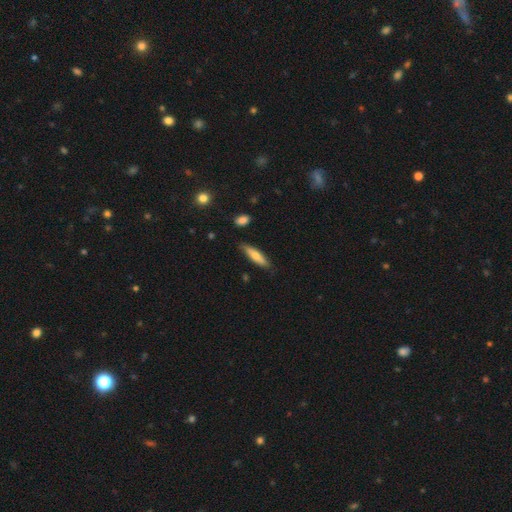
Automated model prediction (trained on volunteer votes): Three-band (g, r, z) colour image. It shows a smooth galaxy with no disk features (67%) that is cigar-shaped (74%). Merging: none (81%).